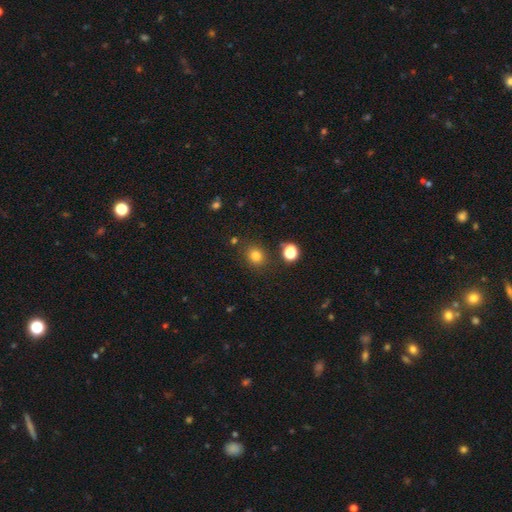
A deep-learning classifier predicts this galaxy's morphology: A smooth galaxy with no disk features (79%) that is round (79%).

Vote fractions:
- Smooth or featured? smooth: 79% / star or artifact: 15% / featured or disk: 6%
- How rounded? round: 79% / in between: 20% / cigar-shaped: 1%
- Merging? none: 83% / minor disturbance: 9% / merger: 4% / major disturbance: 3%